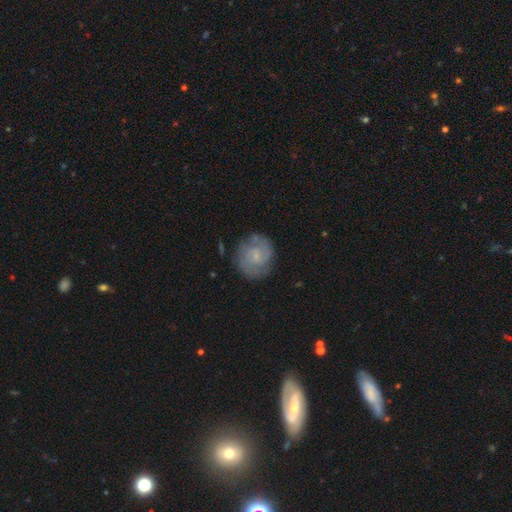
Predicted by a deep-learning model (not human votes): The model was most divided on "spiral winding": tight: 43%, medium: 42%, loose: 15%. More confident: edge-on disk — no (98%); spiral arms — yes (88%); merging — none (75%); smooth or featured — featured or disk (66%); bulge size — small (66%); spiral arm count — 2 (55%); bar — no (54%).